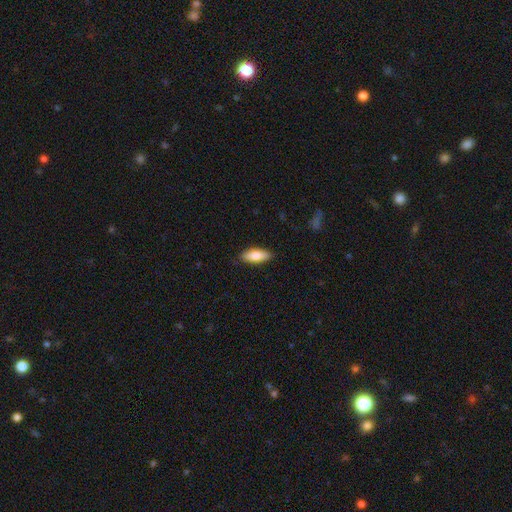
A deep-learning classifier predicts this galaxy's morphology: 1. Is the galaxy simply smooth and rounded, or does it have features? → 78% smooth, 16% featured or disk, 6% star or artifact.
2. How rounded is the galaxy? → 69% in between, 29% cigar-shaped, 2% round.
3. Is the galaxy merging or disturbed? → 87% none, 10% minor disturbance, 2% major disturbance, 1% merger.